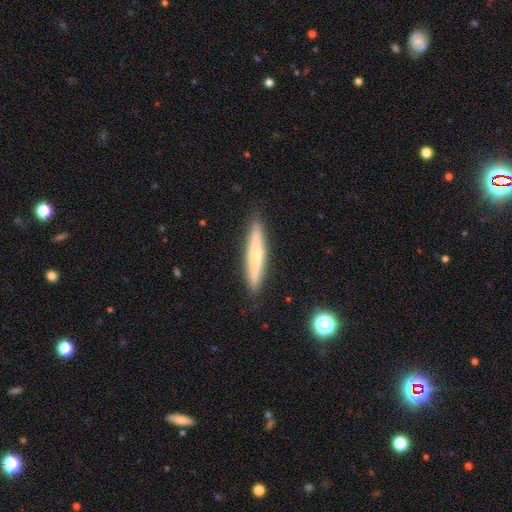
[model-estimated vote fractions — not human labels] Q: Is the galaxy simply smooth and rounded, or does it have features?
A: smooth — 52%.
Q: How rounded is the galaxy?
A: cigar-shaped — 93%.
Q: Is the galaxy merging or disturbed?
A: none — 89%.